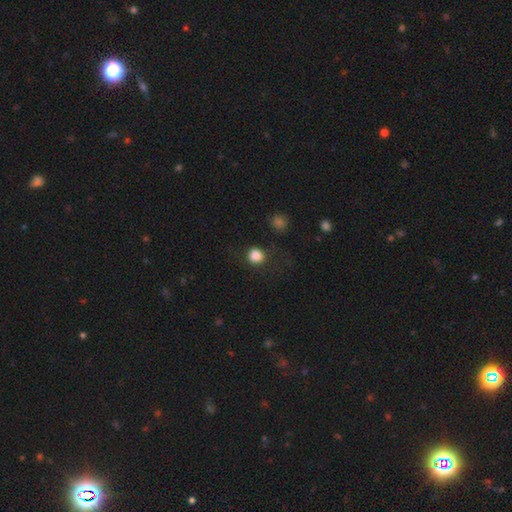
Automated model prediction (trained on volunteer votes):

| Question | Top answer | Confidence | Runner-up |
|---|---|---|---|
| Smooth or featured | smooth | 84% | star or artifact (12%) |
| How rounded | round | 86% | in between (13%) |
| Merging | none | 78% | minor disturbance (13%) |